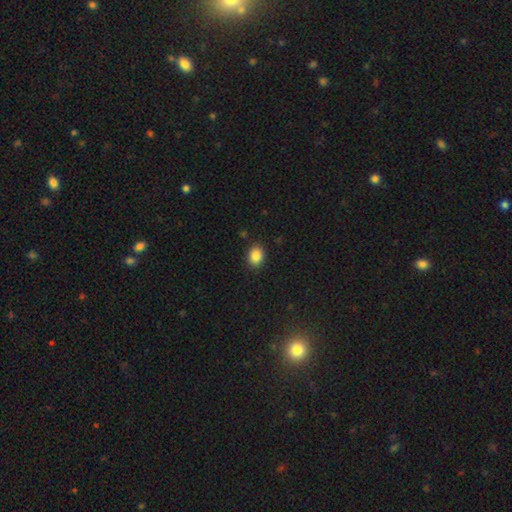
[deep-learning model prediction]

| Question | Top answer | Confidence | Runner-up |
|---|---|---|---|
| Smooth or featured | smooth | 87% | star or artifact (9%) |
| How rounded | in between | 58% | round (41%) |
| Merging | none | 88% | minor disturbance (9%) |